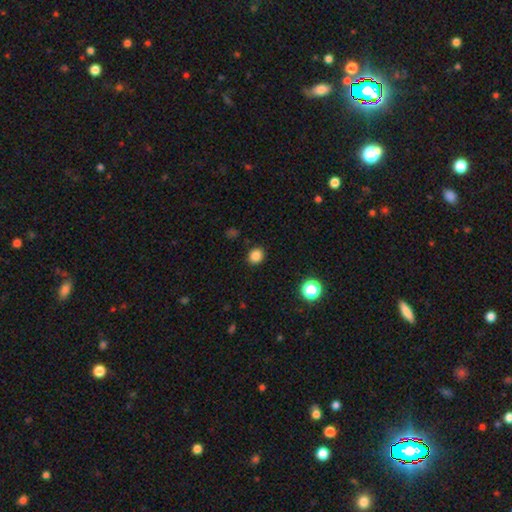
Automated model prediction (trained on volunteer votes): A smooth galaxy with no disk features (85%) that is round (74%).

Vote fractions:
- Smooth or featured? smooth: 85% / star or artifact: 12% / featured or disk: 3%
- How rounded? round: 74% / in between: 25% / cigar-shaped: 1%
- Merging? none: 90% / minor disturbance: 7% / major disturbance: 2% / merger: 1%